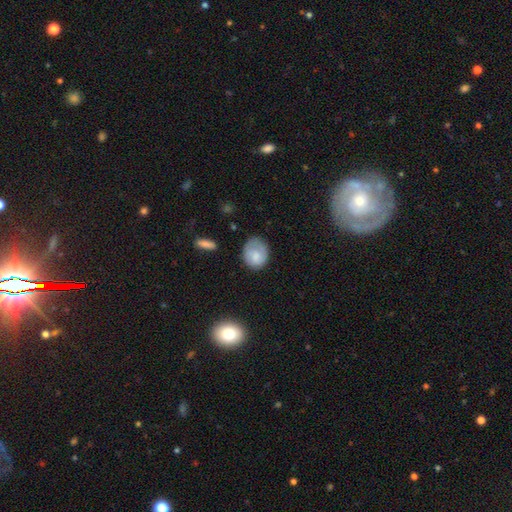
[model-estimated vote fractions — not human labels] smooth-or-featured: smooth: 76% | featured or disk: 16% | star or artifact: 7%
  how-rounded: round: 57% | in between: 42% | cigar-shaped: 1%
  merging: none: 57% | minor disturbance: 29% | major disturbance: 12% | merger: 2%